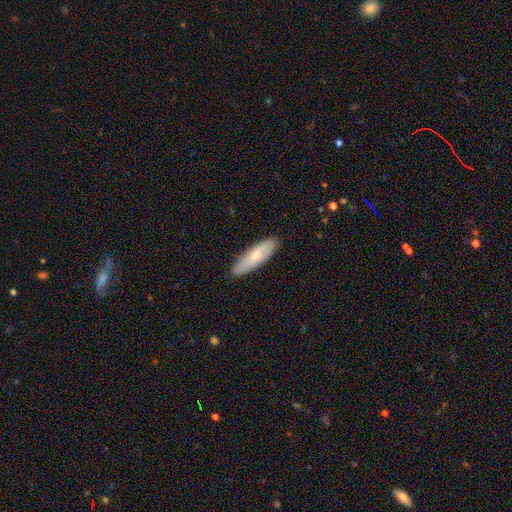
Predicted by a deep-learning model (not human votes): The model was most divided on "how rounded": cigar-shaped: 58%, in between: 40%, round: 2%. More confident: merging — none (88%); smooth or featured — smooth (64%).